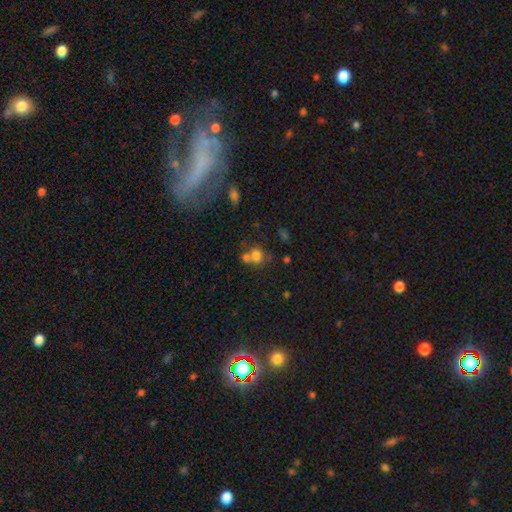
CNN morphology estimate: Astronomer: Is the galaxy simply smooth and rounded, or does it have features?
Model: smooth — 73%.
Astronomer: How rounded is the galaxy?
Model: round — 65%.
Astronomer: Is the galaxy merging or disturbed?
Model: merger — 43% (runner-up: none, 42%).